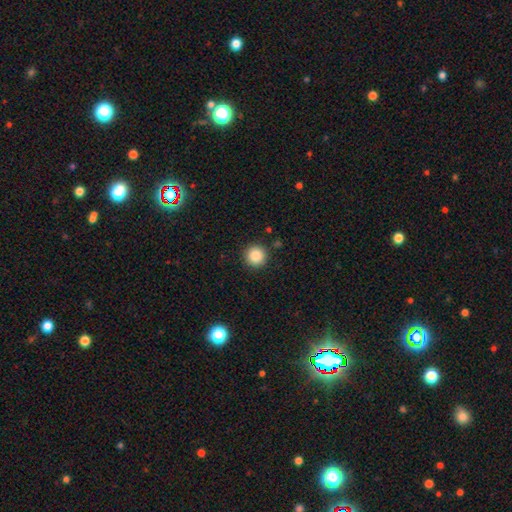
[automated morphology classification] type=smooth (87%); roundness=round (95%); merging=none (90%).